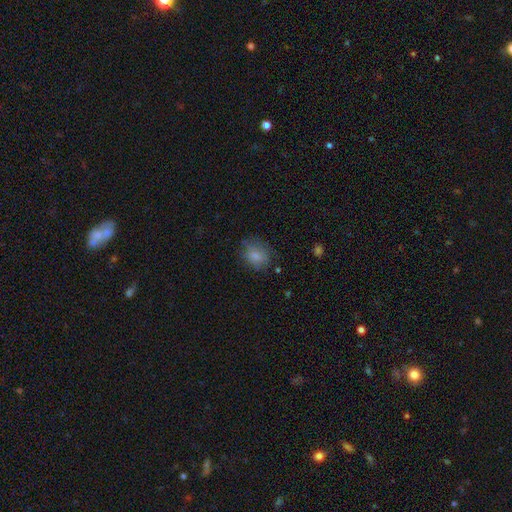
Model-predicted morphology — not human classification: This appears to be a smooth galaxy with no disk features (81%) that is round (54%). Merging: none (69%).